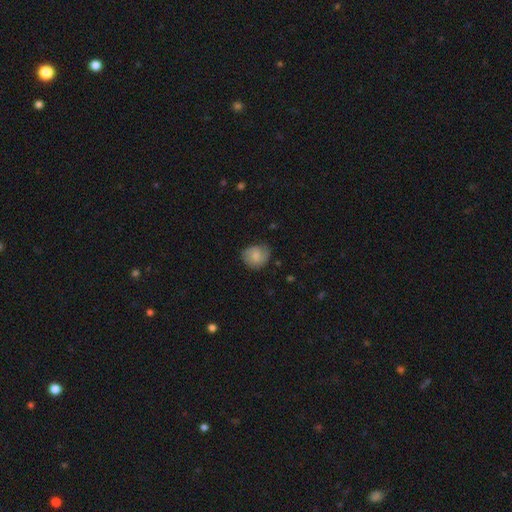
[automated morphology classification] Smooth or featured?
  - smooth: 59% *
  - featured or disk: 33%
  - star or artifact: 7%
How rounded?
  - round: 75% *
  - in between: 24%
  - cigar-shaped: 1%
Merging?
  - none: 69% *
  - minor disturbance: 24%
  - major disturbance: 6%
  - merger: 1%